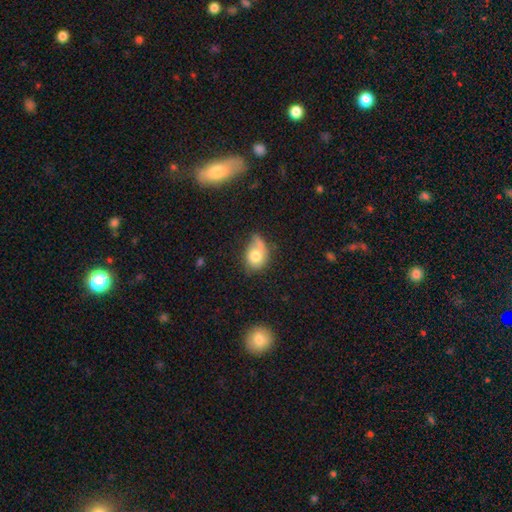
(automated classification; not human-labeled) smooth_or_featured: smooth (p=0.71) [alt: featured or disk p=0.20]
how_rounded: in between (p=0.60) [alt: round p=0.39]
merging: none (p=0.37) [alt: minor disturbance p=0.31]